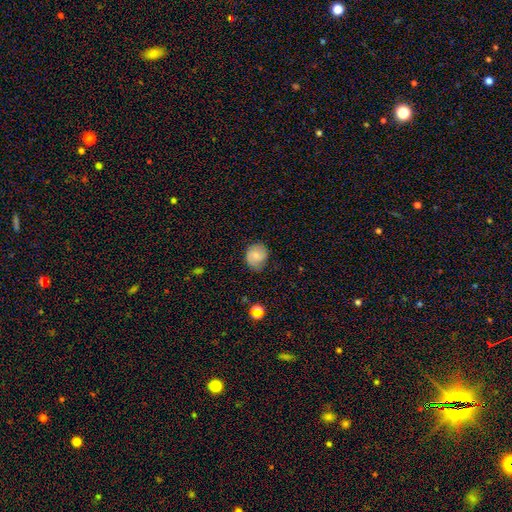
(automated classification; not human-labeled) This appears to be a smooth galaxy with no disk features (66%) that is round (72%). Merging: none (69%).